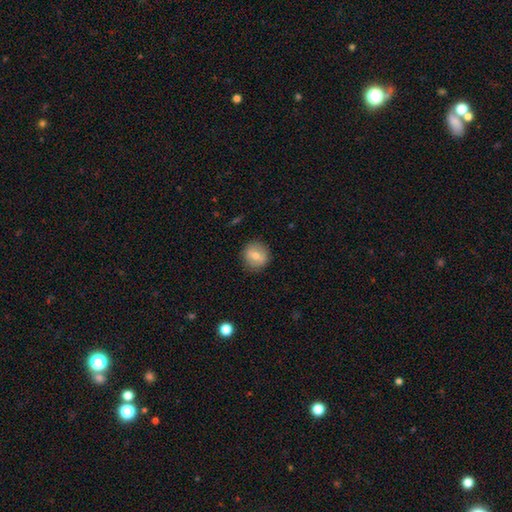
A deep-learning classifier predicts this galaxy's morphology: smooth_or_featured: smooth (p=0.68) [alt: featured or disk p=0.24]
how_rounded: round (p=0.88) [alt: in between p=0.11]
merging: none (p=0.86) [alt: minor disturbance p=0.10]